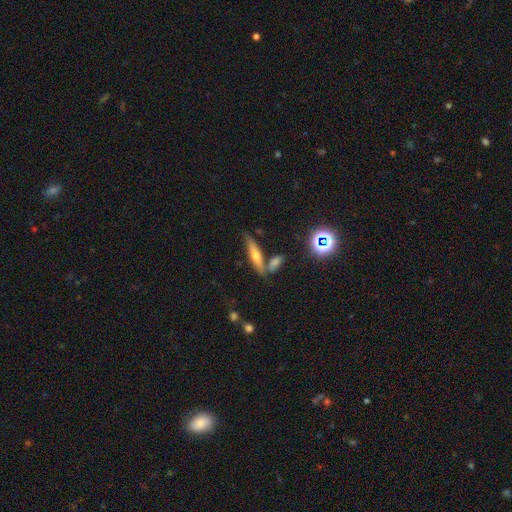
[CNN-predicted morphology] Smooth or featured?
  - smooth: 47% *
  - featured or disk: 41%
  - star or artifact: 12%
Merging?
  - none: 66% *
  - merger: 18%
  - minor disturbance: 12%
  - major disturbance: 4%